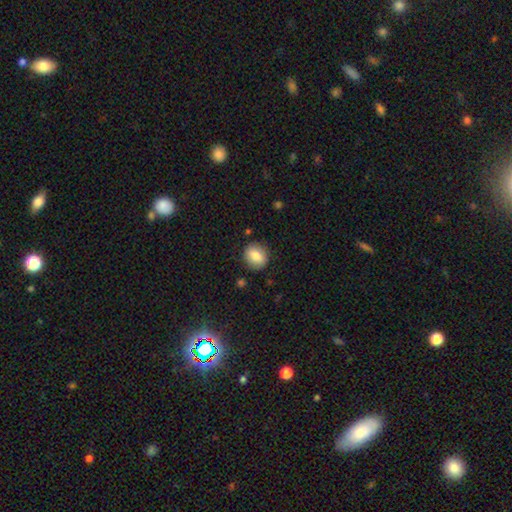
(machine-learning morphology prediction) Overall: smooth (82%). How rounded: round (71%). Merging: none (85%).